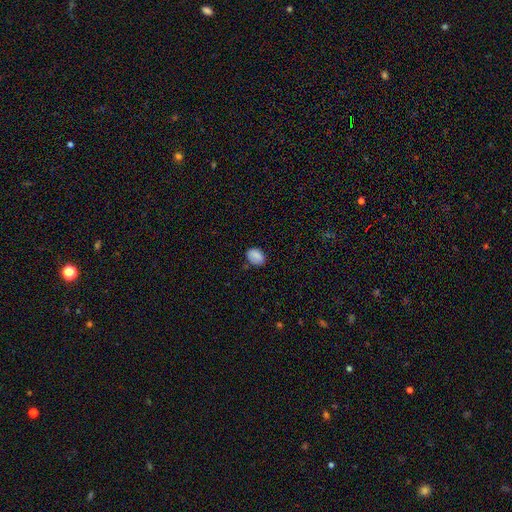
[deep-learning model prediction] A smooth galaxy with no disk features (85%) that is in between round and cigar-shaped (72%).

Vote fractions:
- Smooth or featured? smooth: 85% / star or artifact: 9% / featured or disk: 6%
- How rounded? in between: 72% / round: 27% / cigar-shaped: 1%
- Merging? none: 74% / minor disturbance: 20% / major disturbance: 4% / merger: 2%